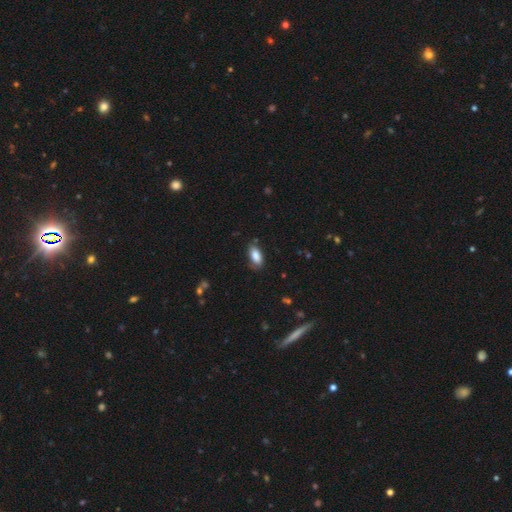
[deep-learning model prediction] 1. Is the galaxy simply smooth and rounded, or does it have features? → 85% smooth, 8% featured or disk, 7% star or artifact.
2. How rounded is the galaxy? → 89% in between, 8% cigar-shaped, 3% round.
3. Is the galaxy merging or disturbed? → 77% none, 18% minor disturbance, 4% major disturbance, 2% merger.